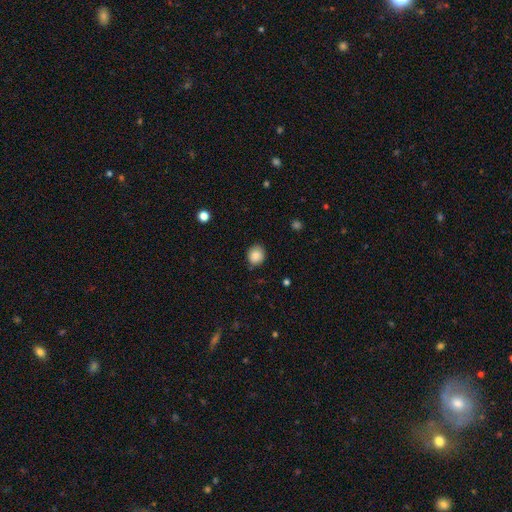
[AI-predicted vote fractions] Q: Smooth or featured?
A: smooth (86%); runner-up: star or artifact (9%)
Q: How rounded?
A: round (75%); runner-up: in between (24%)
Q: Merging?
A: none (83%); runner-up: minor disturbance (13%)